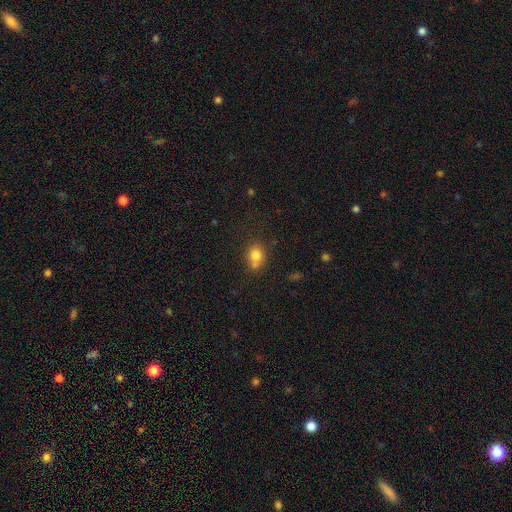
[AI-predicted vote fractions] smooth-or-featured: smooth: 78% | star or artifact: 12% | featured or disk: 10%
  how-rounded: round: 66% | in between: 33% | cigar-shaped: 1%
  merging: none: 54% | merger: 26% | minor disturbance: 15% | major disturbance: 5%